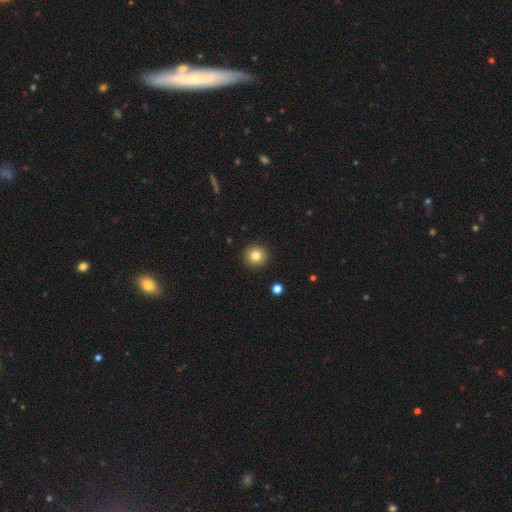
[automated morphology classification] The model was most divided on "smooth or featured": smooth: 82%, star or artifact: 11%, featured or disk: 8%. More confident: how rounded — round (93%); merging — none (92%).